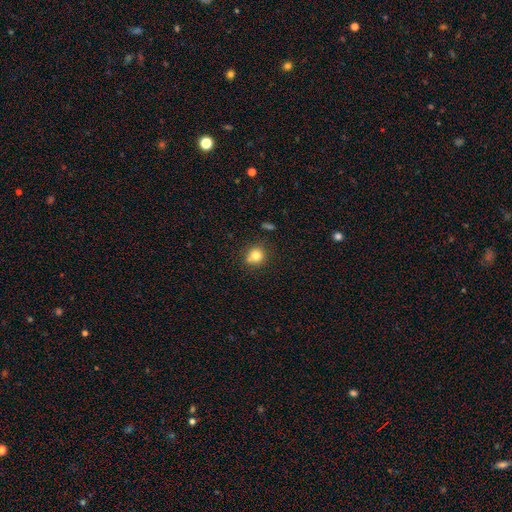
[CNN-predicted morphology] The model was most divided on "merging": none: 69%, minor disturbance: 16%, merger: 11%, major disturbance: 4%. More confident: how rounded — round (85%); smooth or featured — smooth (79%).